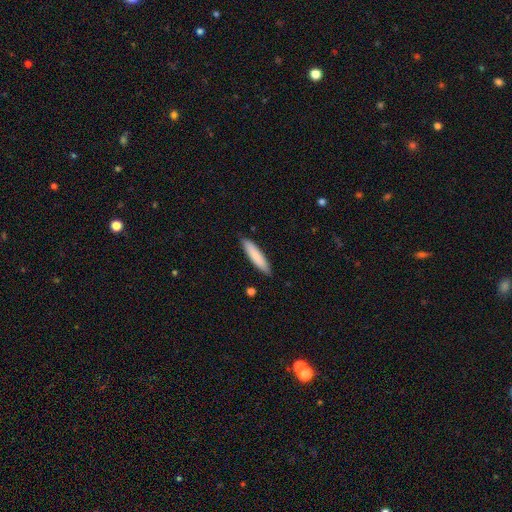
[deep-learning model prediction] smooth 84%, featured or disk 11%, star or artifact 6%. Down the decision tree: how rounded — cigar-shaped (84%); merging — none (88%).